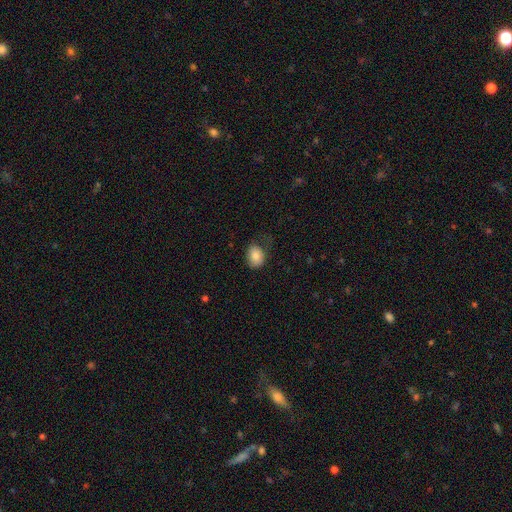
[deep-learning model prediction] smooth-or-featured: smooth: 84% | star or artifact: 8% | featured or disk: 8%
  how-rounded: in between: 66% | round: 33% | cigar-shaped: 1%
  merging: none: 60% | minor disturbance: 26% | major disturbance: 13% | merger: 1%